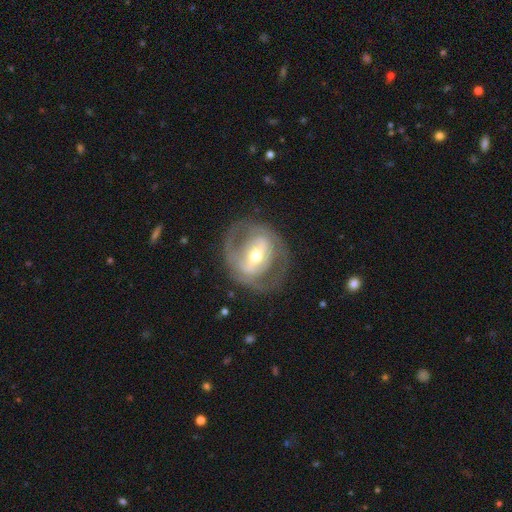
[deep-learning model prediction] Morphology: type=featured or disk (75%); edge-on=no (94%); bar=strong (46%); spiral arms=yes (55%); bulge=moderate (60%); merging=none (69%).